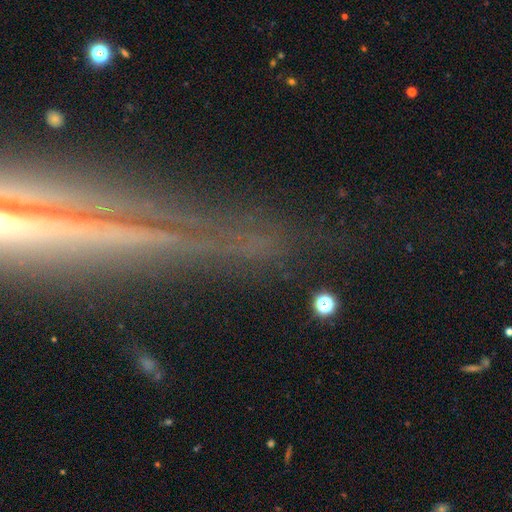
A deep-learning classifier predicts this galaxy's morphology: Overall: star or artifact (47%; featured or disk 28%).